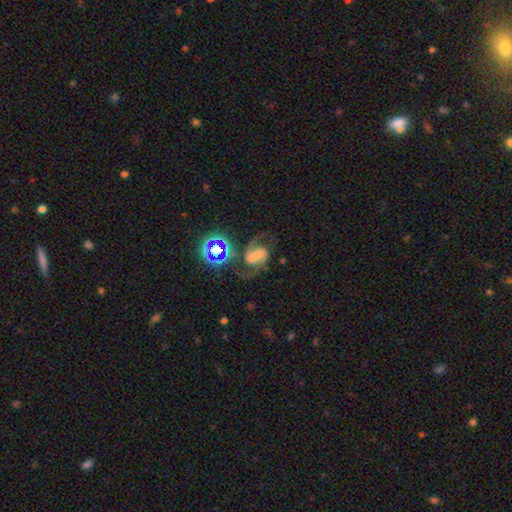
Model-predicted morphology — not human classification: Smooth or featured: featured or disk — 79% (star or artifact — 11%)
Edge-on disk: no — 98% (yes — 2%)
Bar: strong — 42% (weak — 39%)
Spiral arms: yes — 97% (no — 3%)
Spiral winding: medium — 56% (loose — 31%)
Spiral arm count: 2 — 92% (can't tell — 2%)
Bulge size: none — 35% (small — 25%)
Merging: none — 64% (minor disturbance — 17%)